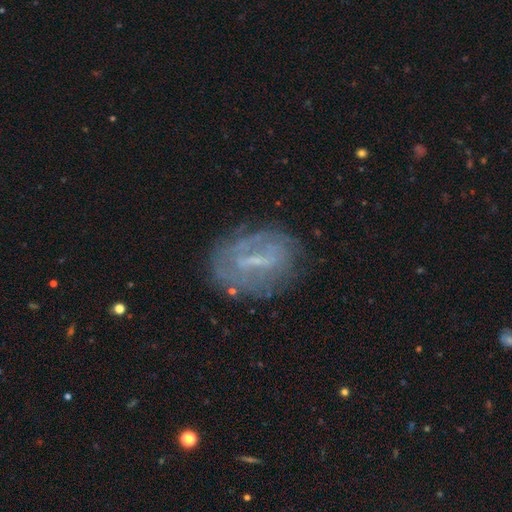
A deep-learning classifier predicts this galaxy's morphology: Smooth or featured? featured or disk (63%)
Edge-on disk? no (92%)
Bar? strong (43%)
Spiral arms? yes (51%)
Bulge size? small (47%)
Merging? none (71%)